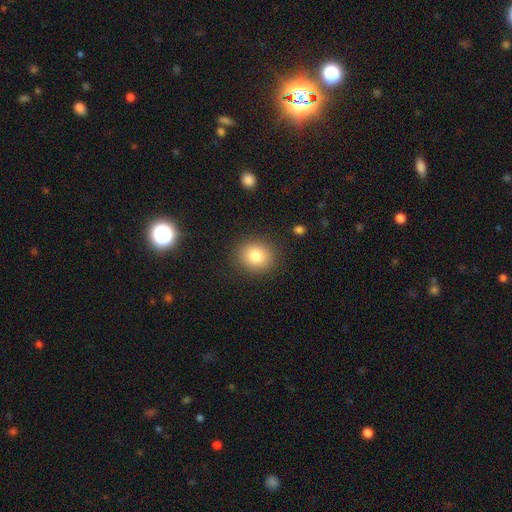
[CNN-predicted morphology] smooth 81%, star or artifact 10%, featured or disk 9%. Down the decision tree: how rounded — round (78%); merging — none (88%).